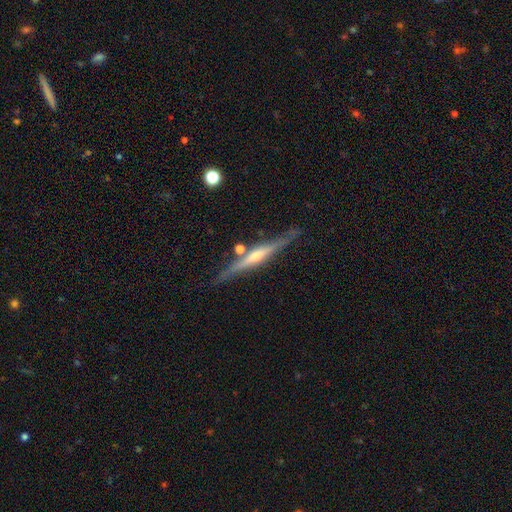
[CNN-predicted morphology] Smooth or featured?
  - featured or disk: 81% *
  - smooth: 13%
  - star or artifact: 6%
Edge-on disk?
  - yes: 98% *
  - no: 2%
Edge-on bulge?
  - rounded: 74% *
  - none: 16%
  - boxy: 10%
Merging?
  - none: 84% *
  - minor disturbance: 10%
  - merger: 4%
  - major disturbance: 2%